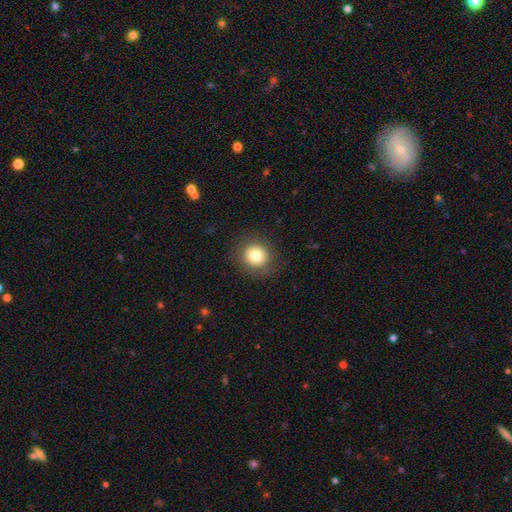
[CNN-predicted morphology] smooth_or_featured: smooth (p=0.77) [alt: featured or disk p=0.12]
how_rounded: round (p=0.89) [alt: in between p=0.10]
merging: none (p=0.87) [alt: minor disturbance p=0.09]